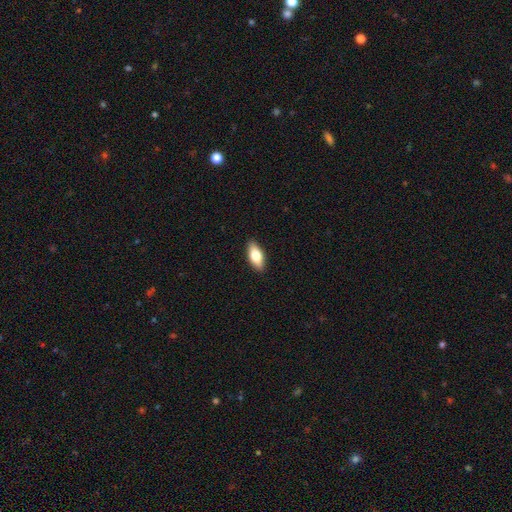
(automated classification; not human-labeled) A smooth galaxy with no disk features (73%) that is in between round and cigar-shaped (84%). Merging: none (90%).